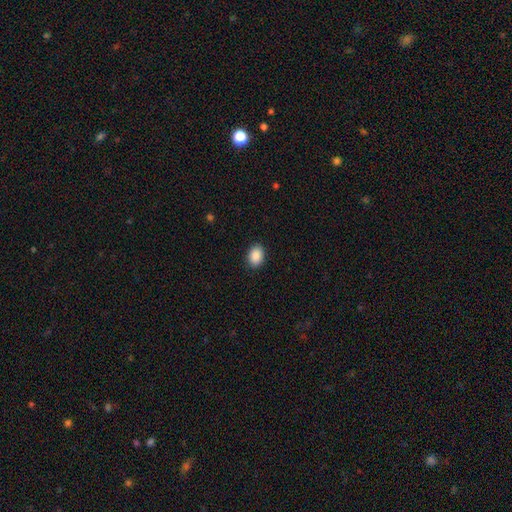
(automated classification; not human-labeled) This is clearly a smooth galaxy (90%). How rounded: likely in between (77%). Merging: clearly none (90%).